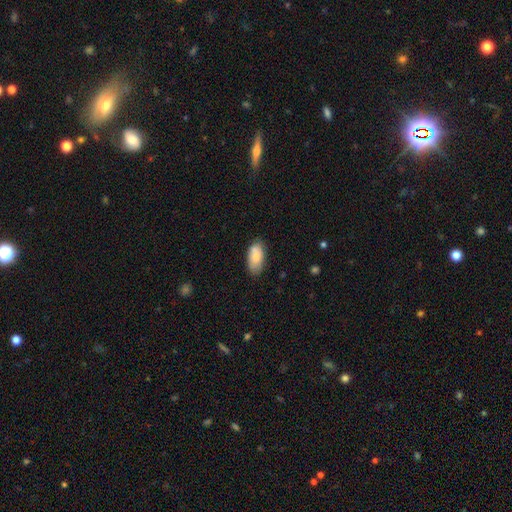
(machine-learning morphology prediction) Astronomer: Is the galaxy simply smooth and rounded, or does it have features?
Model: smooth — 78%.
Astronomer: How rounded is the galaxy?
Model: in between — 91%.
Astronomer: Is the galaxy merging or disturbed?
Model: none — 70%.